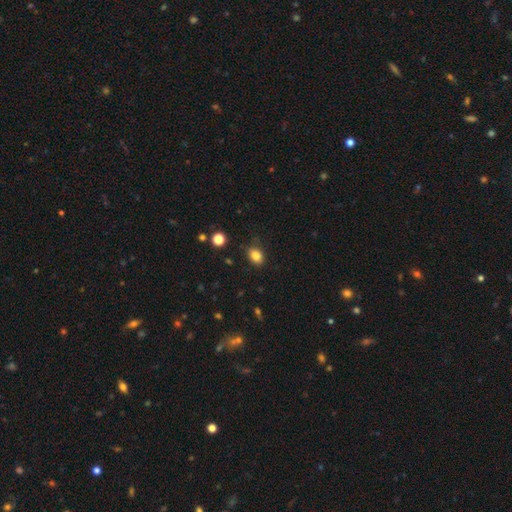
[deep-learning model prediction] smooth_or_featured: smooth (p=0.84) [alt: star or artifact p=0.11]
how_rounded: in between (p=0.67) [alt: round p=0.32]
merging: none (p=0.82) [alt: minor disturbance p=0.13]